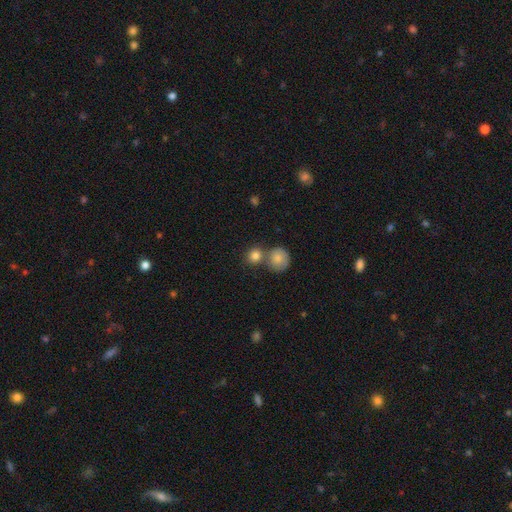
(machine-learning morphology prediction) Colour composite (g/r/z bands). It shows a smooth galaxy with no disk features (84%) that is round (84%). Merging: none (50%).